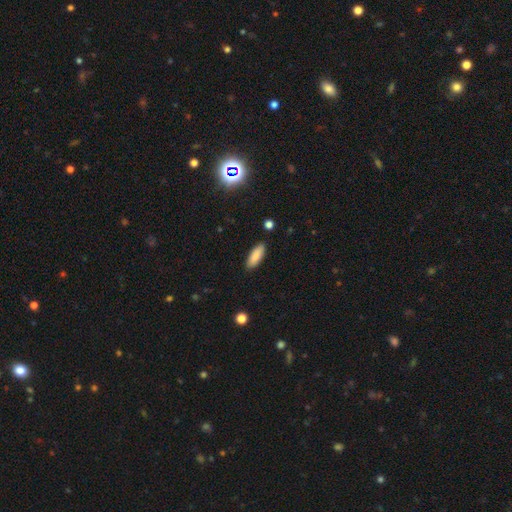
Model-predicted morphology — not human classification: Smooth or featured? smooth (88%)
How rounded? in between (66%)
Merging? none (88%)